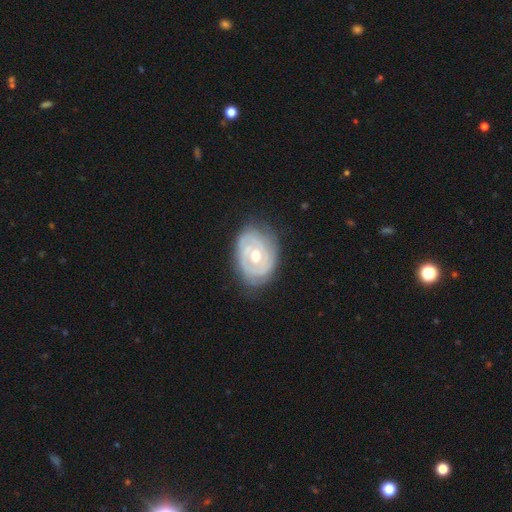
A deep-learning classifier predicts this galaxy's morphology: smooth-or-featured: featured or disk: 81% | smooth: 15% | star or artifact: 5%
  disk-edge-on: no: 96% | yes: 4%
    bar: no: 69% | weak: 25% | strong: 7%
    has-spiral-arms: yes: 82% | no: 18%
      spiral-winding: tight: 77% | medium: 17% | loose: 6%
      spiral-arm-count: can't tell: 41% | 2: 32% | 3: 13% | 1: 5% | 4: 5% | more than 4: 4%
    bulge-size: moderate: 73% | small: 21% | large: 3% | none: 1% | dominant: 1%
  merging: none: 74% | minor disturbance: 19% | major disturbance: 6% | merger: 1%